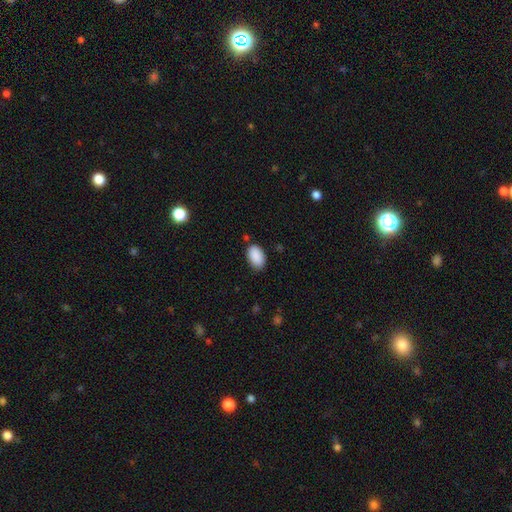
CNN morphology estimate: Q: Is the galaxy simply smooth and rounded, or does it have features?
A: smooth — 90%.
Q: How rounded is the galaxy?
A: in between — 92%.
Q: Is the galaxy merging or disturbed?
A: none — 80%.